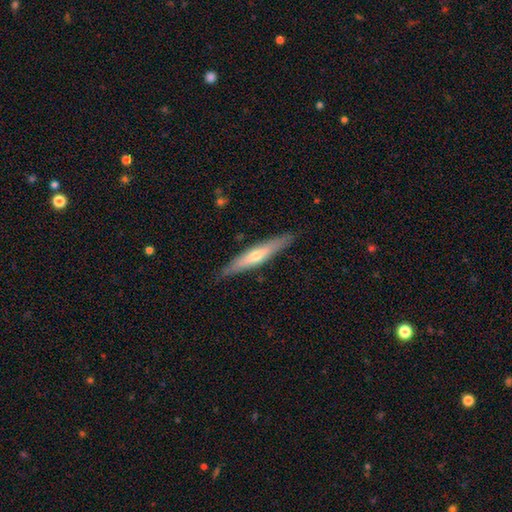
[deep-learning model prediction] This is possibly a featured or disk galaxy (54%). It is clearly viewed edge-on (89%). Merging: clearly none (88%).